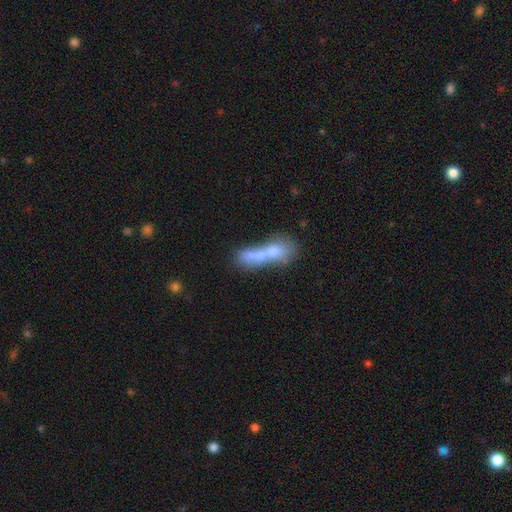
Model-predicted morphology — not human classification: smooth-or-featured: smooth: 62% | featured or disk: 28% | star or artifact: 10%
  how-rounded: in between: 51% | cigar-shaped: 35% | round: 14%
  merging: merger: 68% | none: 15% | major disturbance: 9% | minor disturbance: 8%